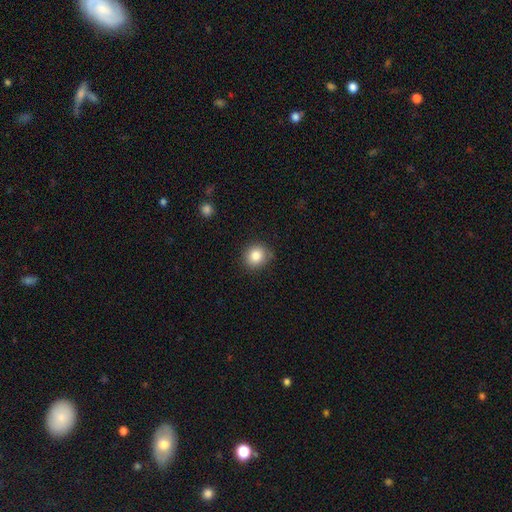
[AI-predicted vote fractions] Smooth or featured?
  - smooth: 83% *
  - star or artifact: 10%
  - featured or disk: 7%
How rounded?
  - round: 82% *
  - in between: 17%
  - cigar-shaped: 1%
Merging?
  - none: 84% *
  - minor disturbance: 11%
  - major disturbance: 2%
  - merger: 2%